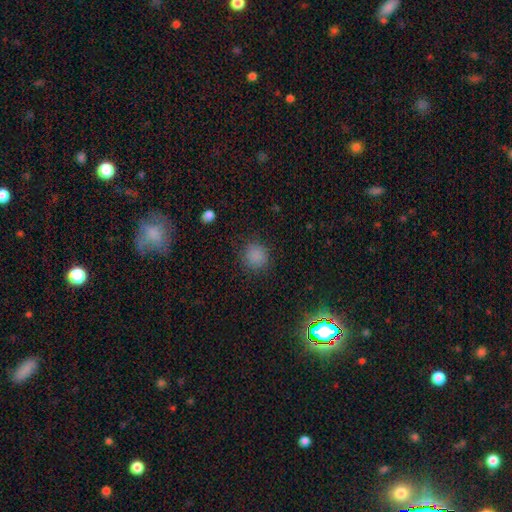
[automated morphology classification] This appears to be a smooth galaxy with no disk features (85%) that is round (87%). Merging: none (86%).